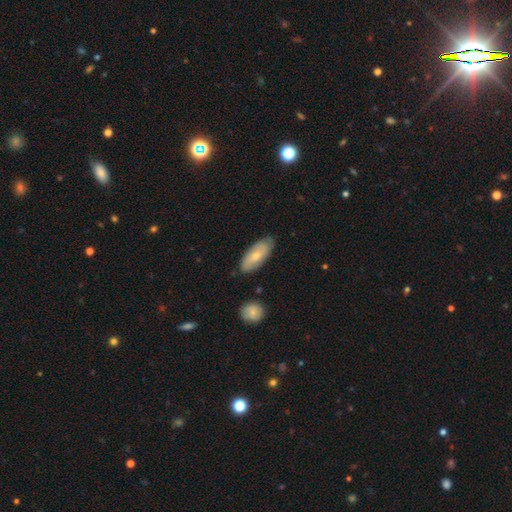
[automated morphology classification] This appears to be a smooth galaxy with no disk features (63%) that is in between round and cigar-shaped (84%). Merging: none (80%).